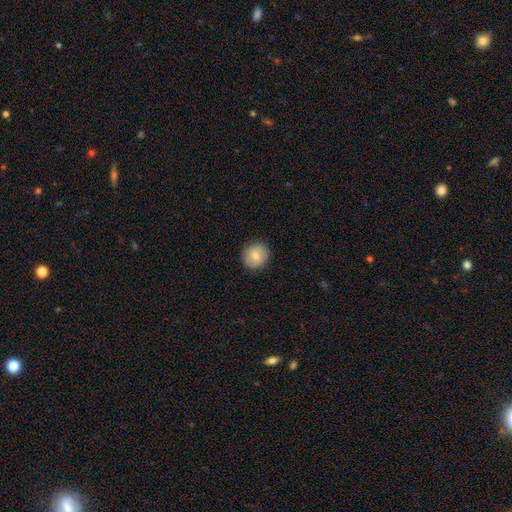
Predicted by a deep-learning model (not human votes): A smooth galaxy with no disk features (79%) that is round (91%). Merging: none (89%).